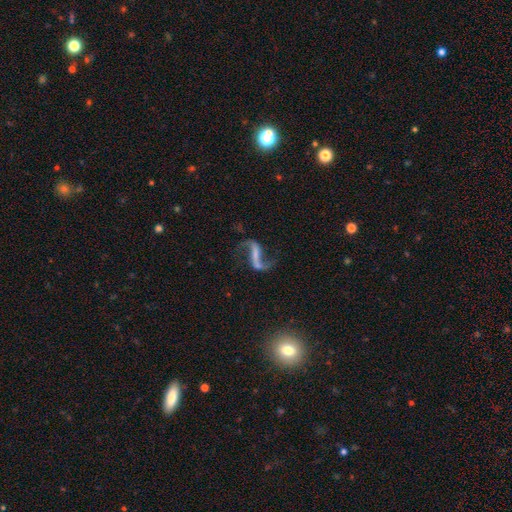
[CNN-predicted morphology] This is clearly a featured or disk galaxy (87%). It is clearly not viewed edge-on (96%). Bar: possibly strong (58%). Spiral arm pattern: clearly yes (95%). Spiral arm count: clearly 2 (92%). Spiral winding: clearly loose (88%). Central bulge: possibly none (48%). Merging: likely none (72%).